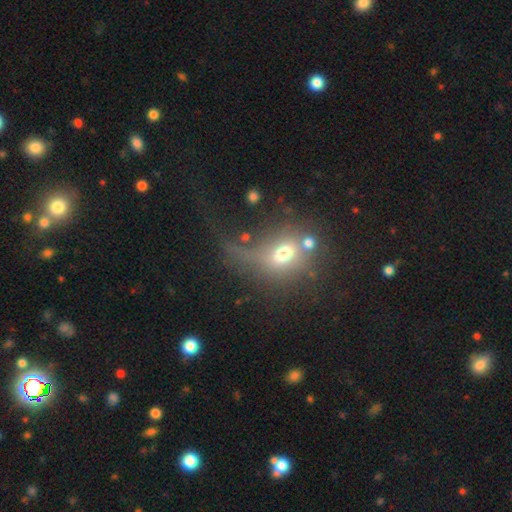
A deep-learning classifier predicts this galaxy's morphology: smooth 45%, star or artifact 31%, featured or disk 24%. Down the decision tree: merging — none (38%).